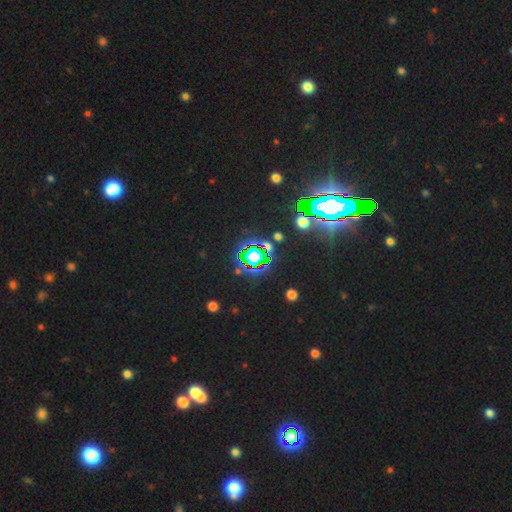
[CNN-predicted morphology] The model was most divided on "smooth or featured": star or artifact: 84%, smooth: 9%, featured or disk: 7%.